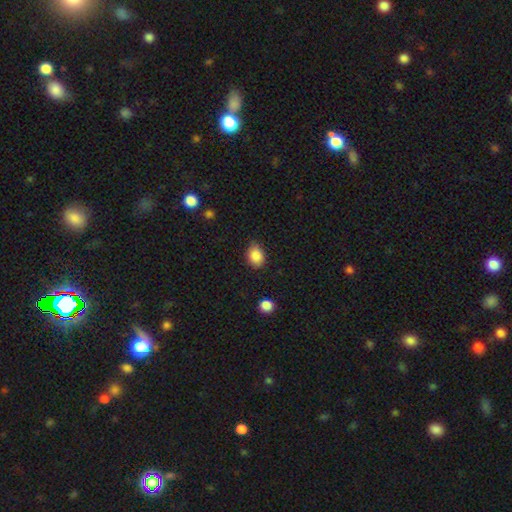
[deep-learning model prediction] Smooth or featured: smooth — 87% (star or artifact — 9%)
How rounded: in between — 64% (round — 35%)
Merging: none — 74% (minor disturbance — 21%)